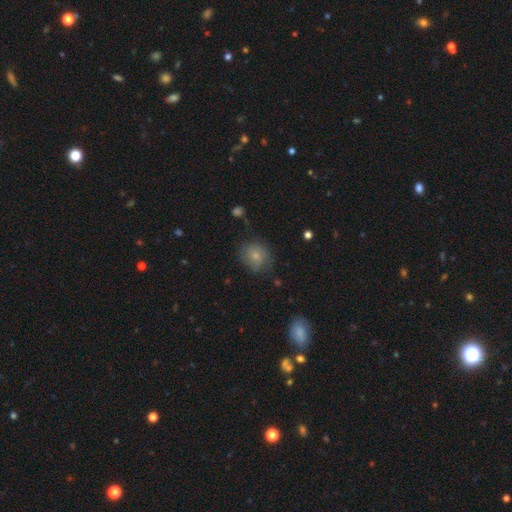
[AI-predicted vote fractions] smooth-or-featured: smooth: 77% | featured or disk: 13% | star or artifact: 10%
  how-rounded: round: 72% | in between: 27% | cigar-shaped: 1%
  merging: none: 67% | minor disturbance: 24% | major disturbance: 8% | merger: 2%